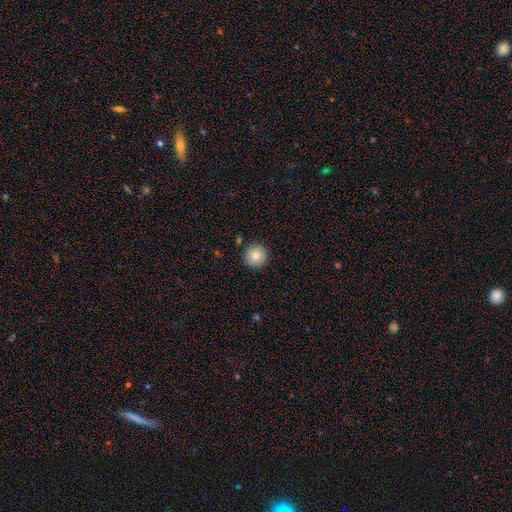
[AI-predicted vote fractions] Overall: smooth (83%). How rounded: round (95%). Merging: none (89%).